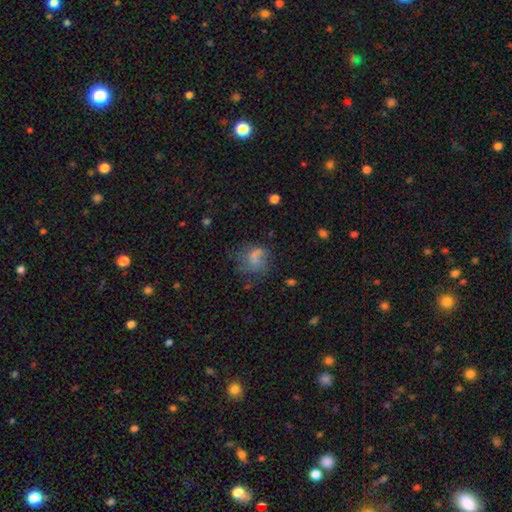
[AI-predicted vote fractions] Smooth or featured? Predicted: smooth (p=0.58). How rounded? Predicted: round (p=0.58). Merging? Predicted: none (p=0.40).